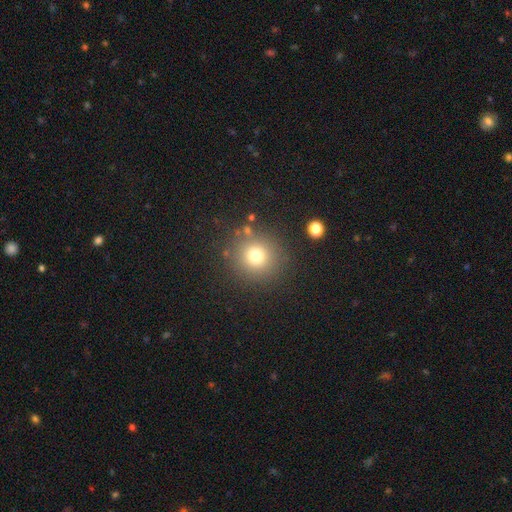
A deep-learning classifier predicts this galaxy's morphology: A smooth galaxy with no disk features (75%) that is round (92%). Merging: none (84%).